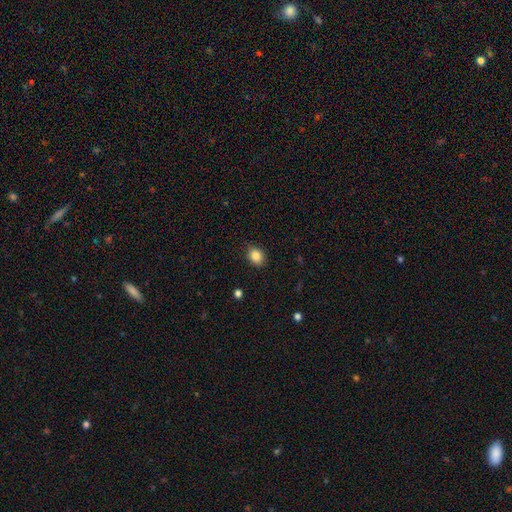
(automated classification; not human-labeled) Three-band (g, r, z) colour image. It shows a smooth galaxy with no disk features (86%) that is round (50%). Merging: none (87%).